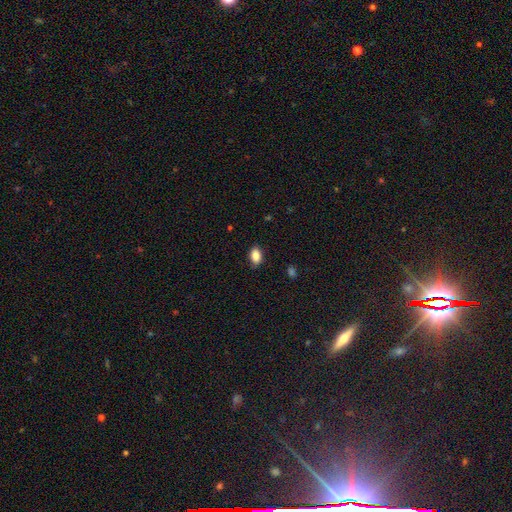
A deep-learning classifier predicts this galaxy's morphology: Q: Smooth or featured?
A: smooth (87%); runner-up: star or artifact (8%)
Q: How rounded?
A: in between (87%); runner-up: round (11%)
Q: Merging?
A: none (83%); runner-up: minor disturbance (14%)